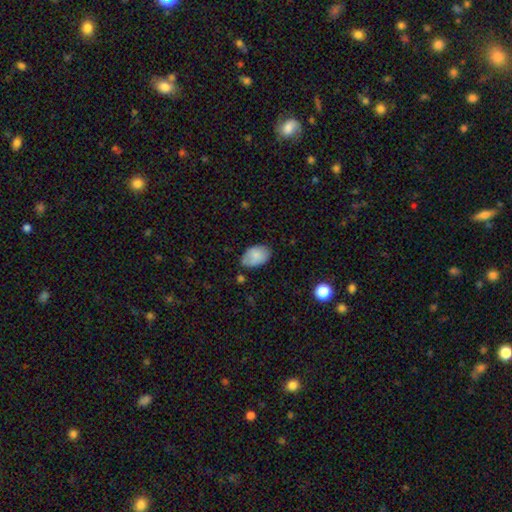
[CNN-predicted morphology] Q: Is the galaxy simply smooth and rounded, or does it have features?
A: smooth — 83%.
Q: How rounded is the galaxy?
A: in between — 90%.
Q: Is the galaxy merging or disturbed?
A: none — 71%.